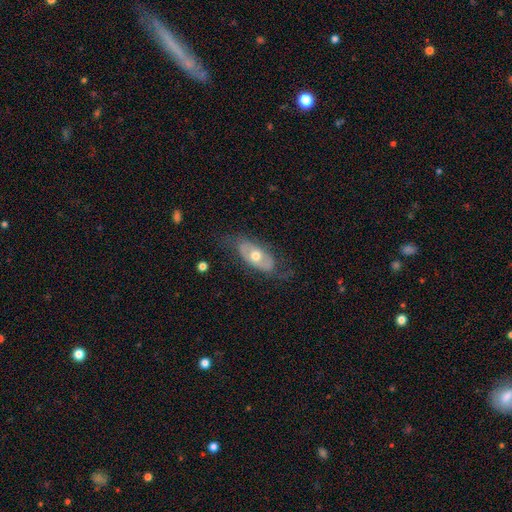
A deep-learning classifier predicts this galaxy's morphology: A featured or disk galaxy (56%).

Vote fractions:
- Smooth or featured? featured or disk: 56% / smooth: 37% / star or artifact: 6%
- Edge-on disk? no: 82% / yes: 18%
- Merging? none: 67% / minor disturbance: 21% / major disturbance: 11% / merger: 1%